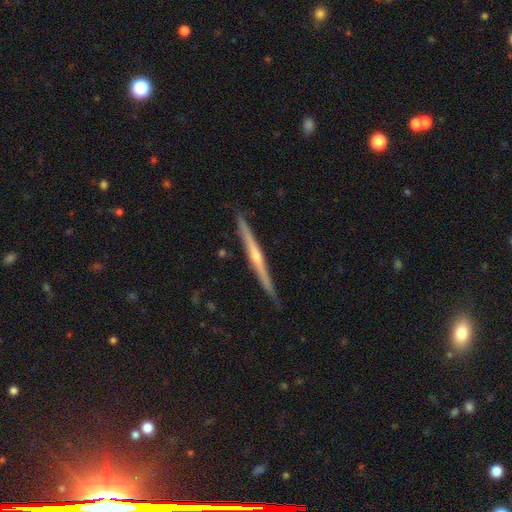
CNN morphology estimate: Overall: featured or disk (76%). Edge-on disk: yes (98%). Edge-on bulge: rounded (71%). Merging: none (89%).